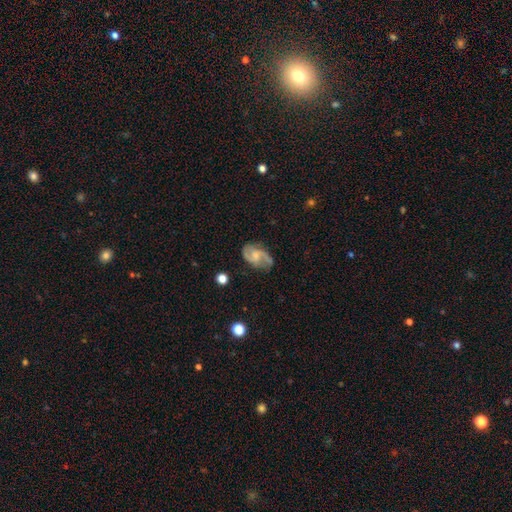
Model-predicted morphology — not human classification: Overall: featured or disk (77%). Edge-on disk: no (97%). Bar: no (48%; weak 44%). Spiral arms: yes (94%). Spiral arm count: 2 (84%). Spiral winding: medium (46%; loose 38%). Bulge size: small (45%; moderate 31%). Merging: none (68%).